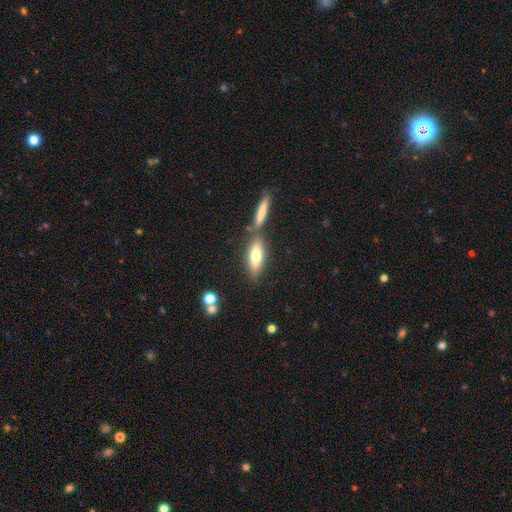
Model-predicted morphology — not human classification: This is likely a smooth galaxy (72%). How rounded: possibly in between (58%). Merging: likely none (62%).